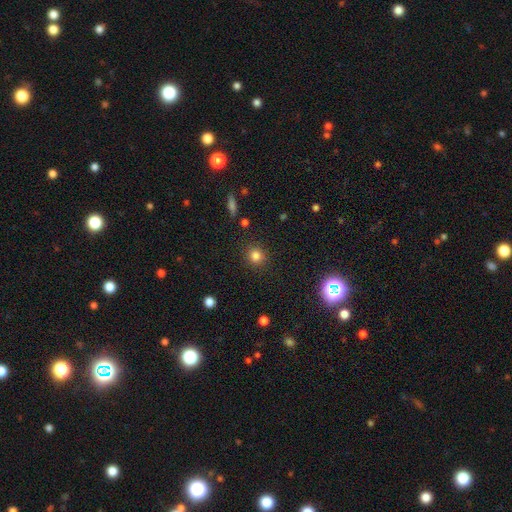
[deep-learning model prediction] smooth-or-featured: smooth: 81% | star or artifact: 13% | featured or disk: 6%
  how-rounded: round: 91% | in between: 8% | cigar-shaped: 1%
  merging: none: 90% | minor disturbance: 6% | major disturbance: 2% | merger: 2%